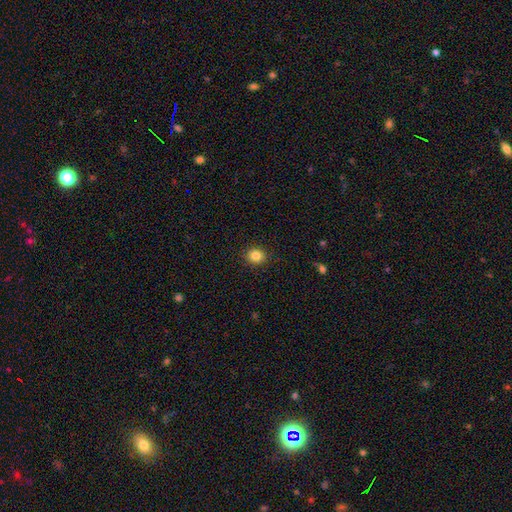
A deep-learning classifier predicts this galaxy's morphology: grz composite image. It shows a smooth galaxy with no disk features (84%) that is round (78%). Merging: none (91%).